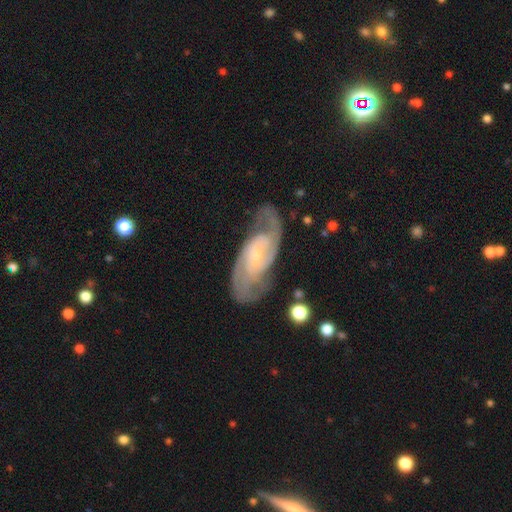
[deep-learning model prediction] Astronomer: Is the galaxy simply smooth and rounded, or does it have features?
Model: featured or disk — 87%.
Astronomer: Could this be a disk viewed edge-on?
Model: no — 95%.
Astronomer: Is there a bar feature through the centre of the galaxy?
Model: no — 58%.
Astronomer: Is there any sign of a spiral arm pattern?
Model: yes — 96%.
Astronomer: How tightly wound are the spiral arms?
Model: medium — 44% (runner-up: tight, 42%).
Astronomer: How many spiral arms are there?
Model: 2 — 79%.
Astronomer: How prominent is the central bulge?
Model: small — 77%.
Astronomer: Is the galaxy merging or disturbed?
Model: none — 71%.